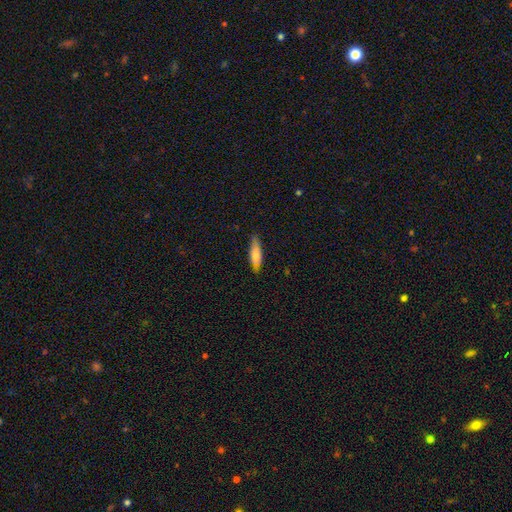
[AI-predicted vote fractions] Smooth or featured? smooth (74%)
How rounded? cigar-shaped (59%)
Merging? none (80%)